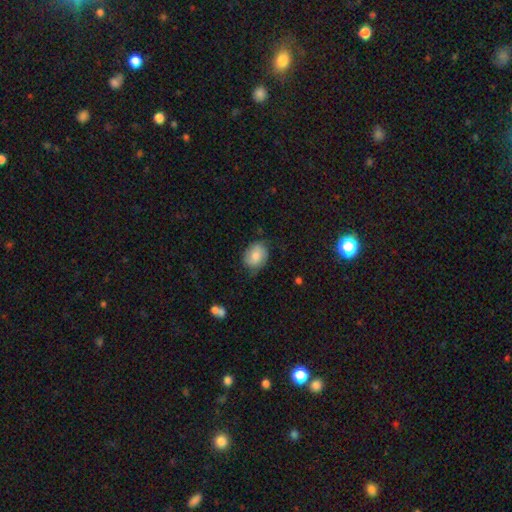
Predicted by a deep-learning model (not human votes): A smooth galaxy with no disk features (65%) that is in between round and cigar-shaped (54%). Merging: none (62%).